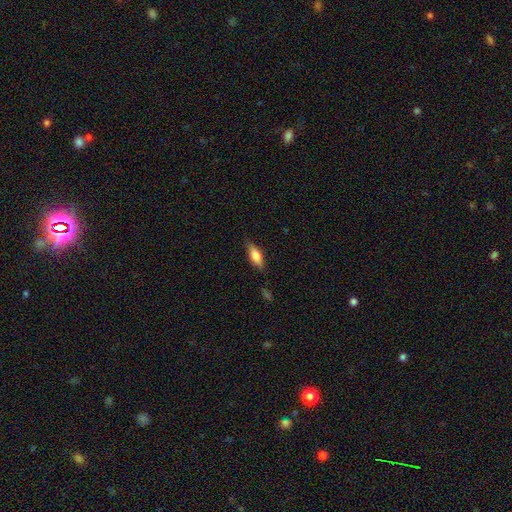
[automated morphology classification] A smooth galaxy with no disk features (73%) that is in between round and cigar-shaped (66%).

Vote fractions:
- Smooth or featured? smooth: 73% / featured or disk: 20% / star or artifact: 7%
- How rounded? in between: 66% / cigar-shaped: 31% / round: 3%
- Merging? none: 76% / minor disturbance: 18% / major disturbance: 4% / merger: 1%